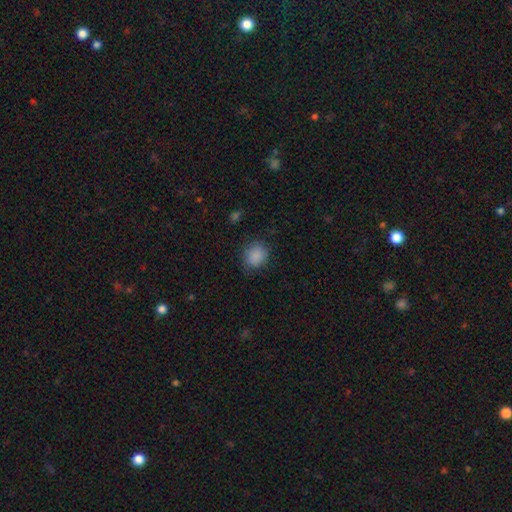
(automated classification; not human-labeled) smooth_or_featured: smooth (p=0.86) [alt: star or artifact p=0.09]
how_rounded: round (p=0.69) [alt: in between p=0.30]
merging: none (p=0.77) [alt: minor disturbance p=0.17]